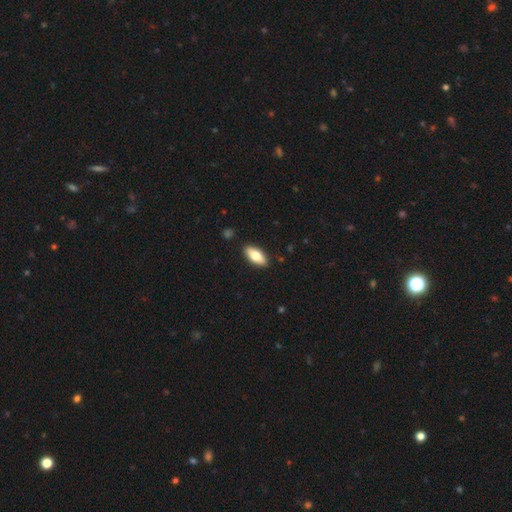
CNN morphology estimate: smooth_or_featured: smooth (p=0.75) [alt: featured or disk p=0.19]
how_rounded: in between (p=0.86) [alt: cigar-shaped p=0.12]
merging: none (p=0.89) [alt: minor disturbance p=0.08]